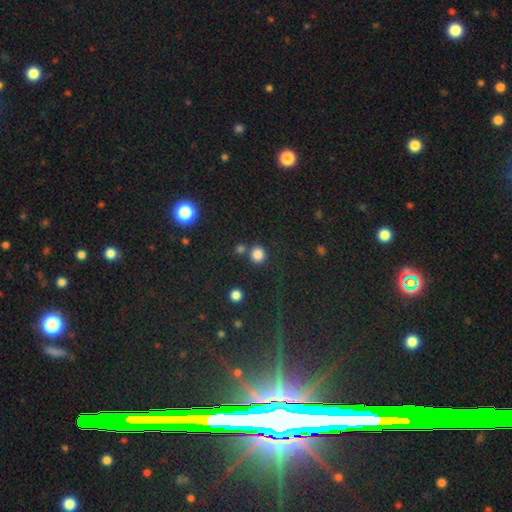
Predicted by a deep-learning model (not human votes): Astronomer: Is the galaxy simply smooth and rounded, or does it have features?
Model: star or artifact — 68%.